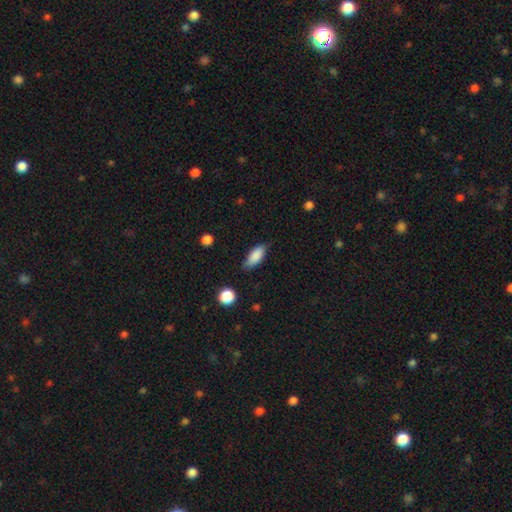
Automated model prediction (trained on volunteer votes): The model was most divided on "merging": none: 67%, minor disturbance: 26%, major disturbance: 5%, merger: 2%. More confident: smooth or featured — smooth (85%); how rounded — in between (85%).